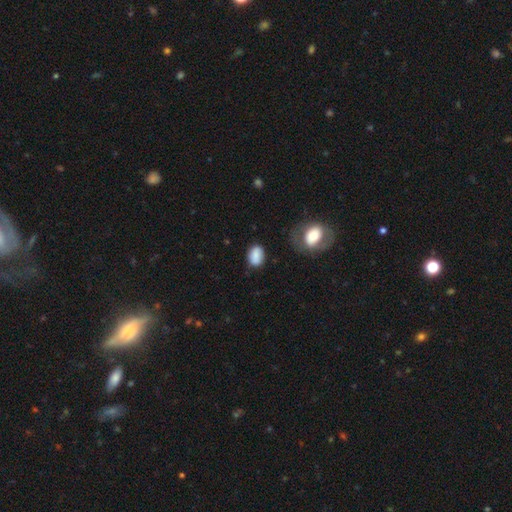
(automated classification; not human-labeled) Morphology: type=smooth (83%); roundness=in between (78%); merging=none (74%).